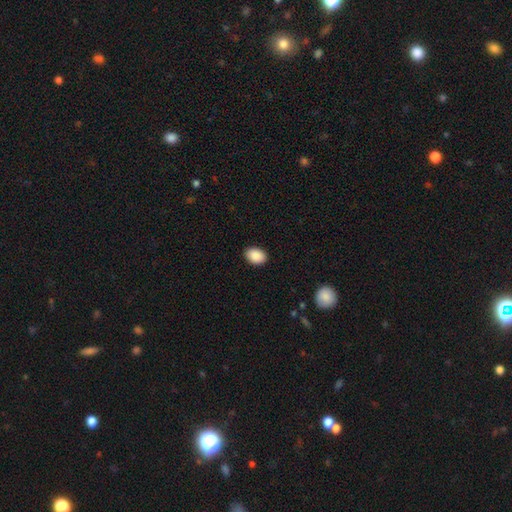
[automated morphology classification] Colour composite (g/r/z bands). It shows a smooth galaxy with no disk features (90%) that is in between round and cigar-shaped (79%). Merging: none (90%).